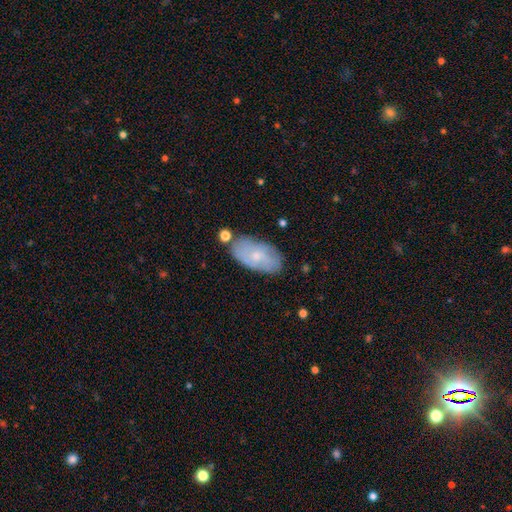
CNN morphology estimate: This is possibly a smooth galaxy (51%). How rounded: clearly in between (93%). Merging: likely none (73%).